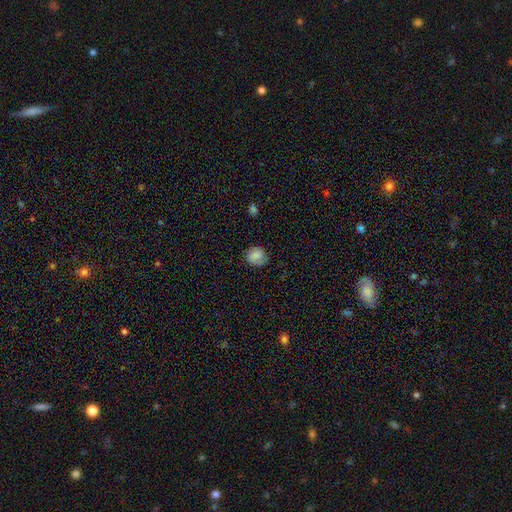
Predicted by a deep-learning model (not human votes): A smooth galaxy with no disk features (80%) that is round (78%).

Vote fractions:
- Smooth or featured? smooth: 80% / featured or disk: 11% / star or artifact: 9%
- How rounded? round: 78% / in between: 21% / cigar-shaped: 1%
- Merging? none: 75% / minor disturbance: 19% / major disturbance: 5% / merger: 1%